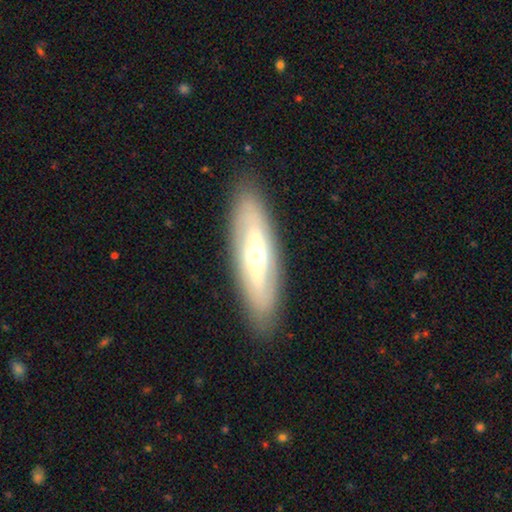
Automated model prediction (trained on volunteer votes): Morphology: type=featured or disk (60%); edge-on=no (70%); merging=none (85%).